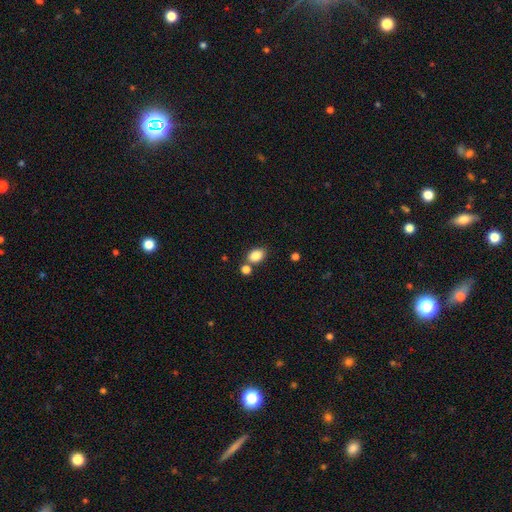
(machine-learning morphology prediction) Overall: smooth (85%). How rounded: in between (76%). Merging: none (66%).